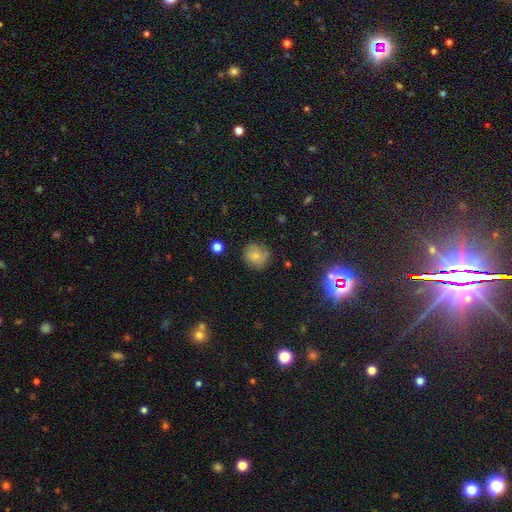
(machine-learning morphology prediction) This appears to be a smooth galaxy with no disk features (75%) that is round (87%). Merging: none (73%).